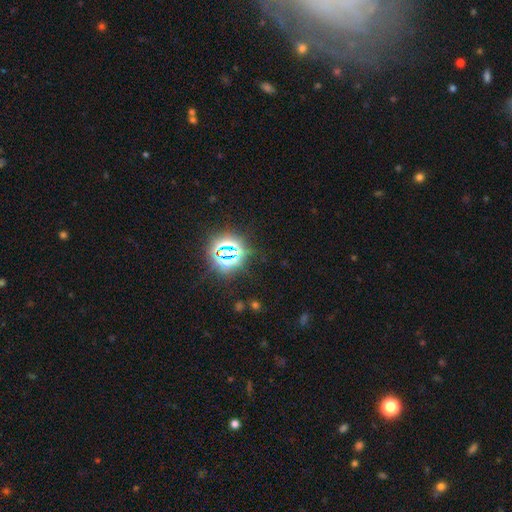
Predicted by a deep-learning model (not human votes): Smooth or featured? Predicted: star or artifact (p=0.70).